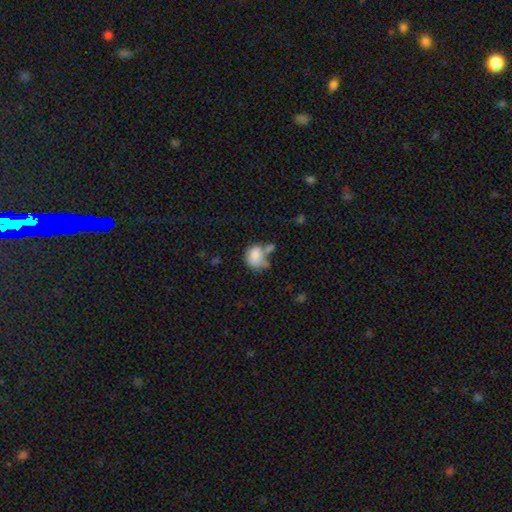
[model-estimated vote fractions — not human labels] Smooth or featured?
  - smooth: 80% *
  - featured or disk: 11%
  - star or artifact: 9%
How rounded?
  - in between: 54% *
  - round: 45%
  - cigar-shaped: 1%
Merging?
  - none: 35% *
  - merger: 29%
  - minor disturbance: 23%
  - major disturbance: 13%